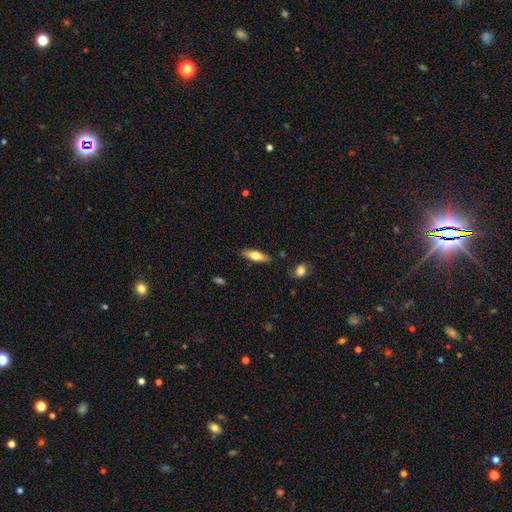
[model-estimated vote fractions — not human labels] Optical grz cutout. It shows a smooth galaxy with no disk features (60%) that is cigar-shaped (54%). Merging: none (84%).